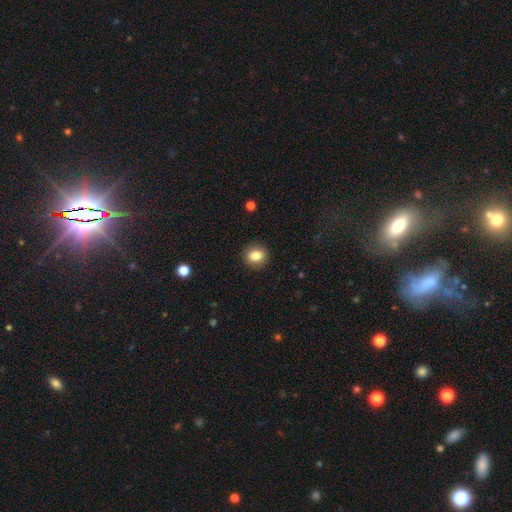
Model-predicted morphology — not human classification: A smooth galaxy with no disk features (84%) that is round (68%).

Vote fractions:
- Smooth or featured? smooth: 84% / star or artifact: 9% / featured or disk: 7%
- How rounded? round: 68% / in between: 31% / cigar-shaped: 1%
- Merging? none: 90% / minor disturbance: 7% / major disturbance: 2% / merger: 1%